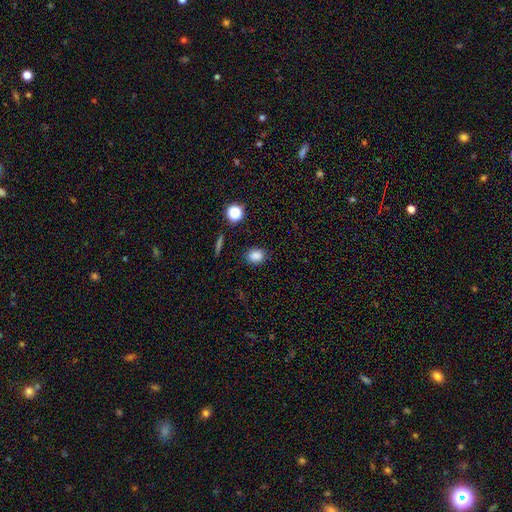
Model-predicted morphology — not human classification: Smooth or featured?
  - smooth: 84% *
  - star or artifact: 12%
  - featured or disk: 4%
How rounded?
  - in between: 54% *
  - round: 45%
  - cigar-shaped: 1%
Merging?
  - none: 85% *
  - minor disturbance: 10%
  - major disturbance: 3%
  - merger: 2%